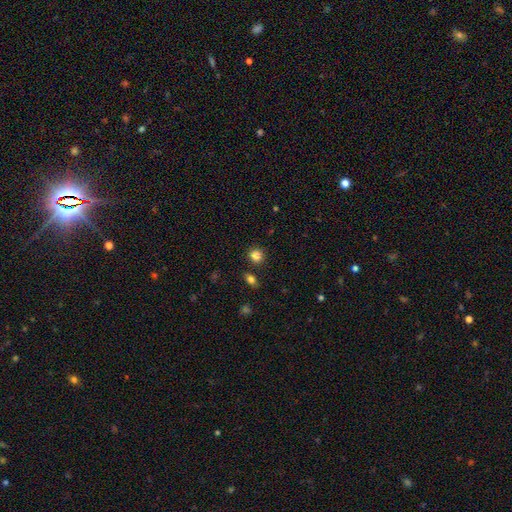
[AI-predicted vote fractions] smooth-or-featured: smooth: 84% | star or artifact: 12% | featured or disk: 5%
  how-rounded: round: 86% | in between: 13% | cigar-shaped: 1%
  merging: none: 85% | minor disturbance: 7% | merger: 5% | major disturbance: 2%